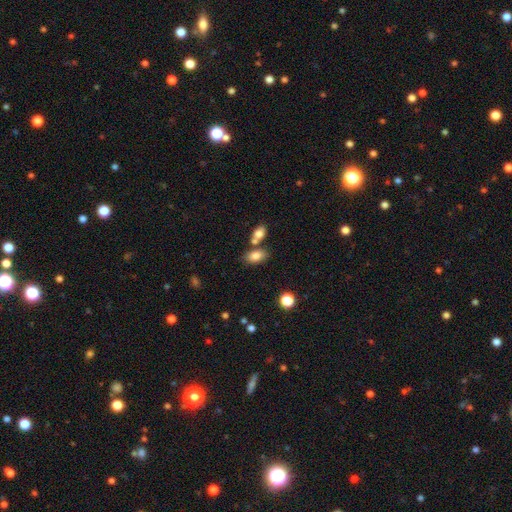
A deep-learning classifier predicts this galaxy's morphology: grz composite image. It shows a smooth galaxy with no disk features (81%) that is in between round and cigar-shaped (89%). Merging: none (58%).